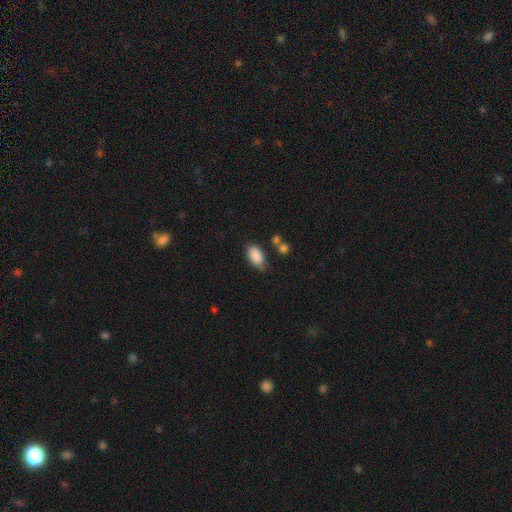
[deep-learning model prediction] A smooth galaxy with no disk features (88%) that is in between round and cigar-shaped (92%).

Vote fractions:
- Smooth or featured? smooth: 88% / star or artifact: 7% / featured or disk: 5%
- How rounded? in between: 92% / round: 5% / cigar-shaped: 2%
- Merging? none: 66% / minor disturbance: 23% / merger: 7% / major disturbance: 5%